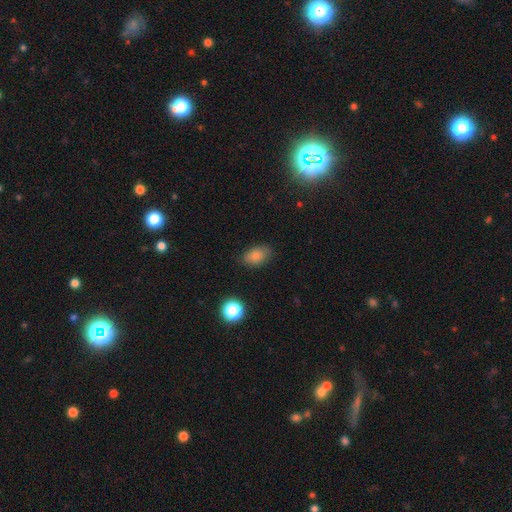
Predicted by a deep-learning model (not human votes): smooth-or-featured: smooth: 83% | star or artifact: 11% | featured or disk: 7%
  how-rounded: in between: 85% | round: 13% | cigar-shaped: 2%
  merging: none: 80% | minor disturbance: 15% | major disturbance: 4% | merger: 1%